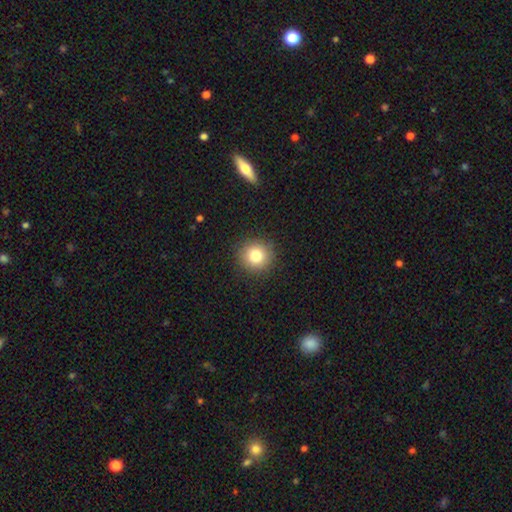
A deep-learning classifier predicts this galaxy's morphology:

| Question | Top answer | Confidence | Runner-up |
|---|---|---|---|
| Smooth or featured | smooth | 81% | star or artifact (11%) |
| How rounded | round | 93% | in between (6%) |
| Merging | none | 91% | minor disturbance (6%) |